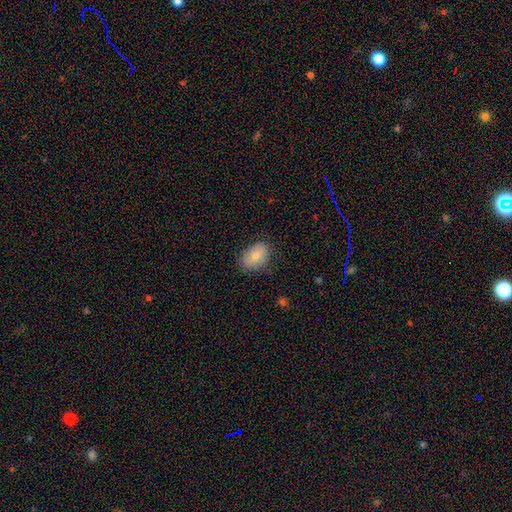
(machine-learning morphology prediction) Smooth or featured: smooth — 77% (featured or disk — 15%)
How rounded: in between — 81% (round — 18%)
Merging: none — 78% (minor disturbance — 17%)